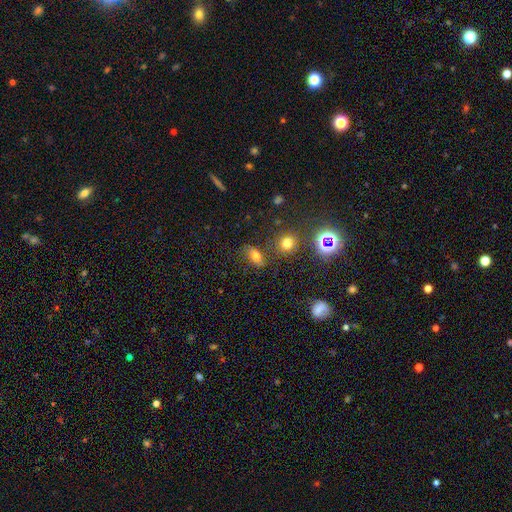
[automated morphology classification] smooth_or_featured: smooth (p=0.64) [alt: star or artifact p=0.20]
how_rounded: in between (p=0.74) [alt: round p=0.18]
merging: none (p=0.70) [alt: minor disturbance p=0.17]